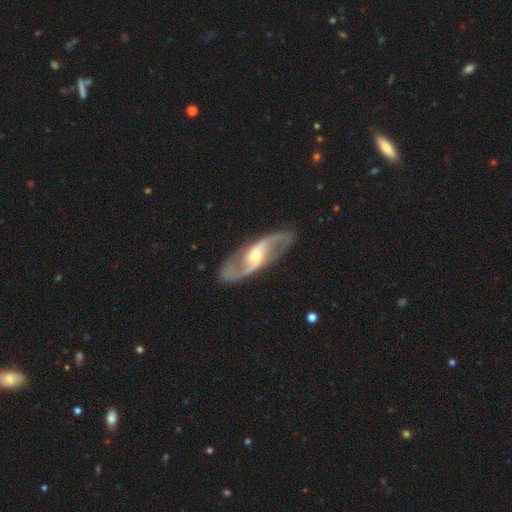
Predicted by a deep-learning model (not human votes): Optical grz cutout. It shows a featured or disk galaxy (89%) with a weak bar (39%), 2 (93%) medium (45%) spiral arms (96%) and a small central bulge (49%). Merging: none (85%).